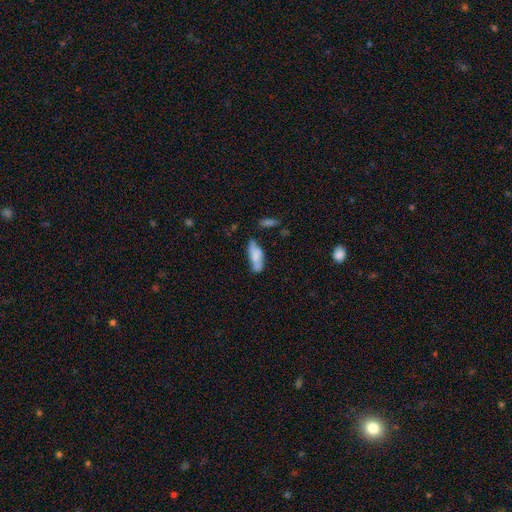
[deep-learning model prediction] The model was most divided on "merging": none: 45%, minor disturbance: 27%, merger: 16%, major disturbance: 12%. More confident: smooth or featured — smooth (68%); how rounded — in between (68%).